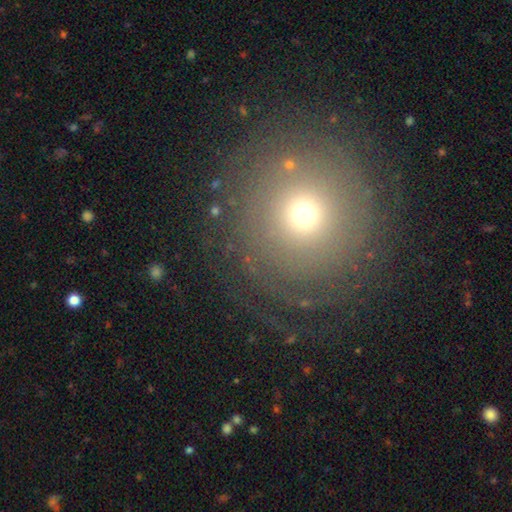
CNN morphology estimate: smooth 53%, featured or disk 27%, star or artifact 20%. Down the decision tree: how rounded — round (93%); merging — none (85%).